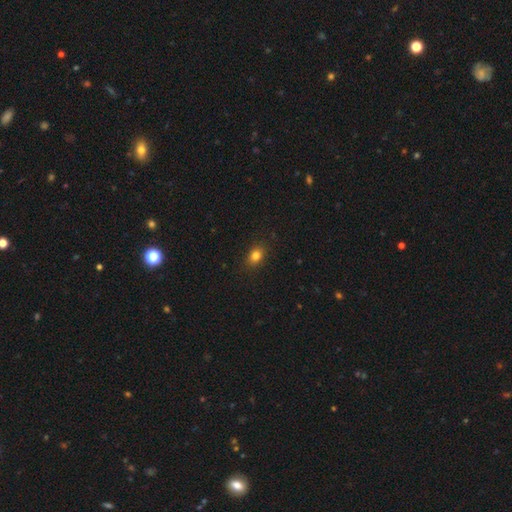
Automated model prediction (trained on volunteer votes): The model was most divided on "how rounded": in between: 66%, round: 33%, cigar-shaped: 2%. More confident: merging — none (88%); smooth or featured — smooth (82%).